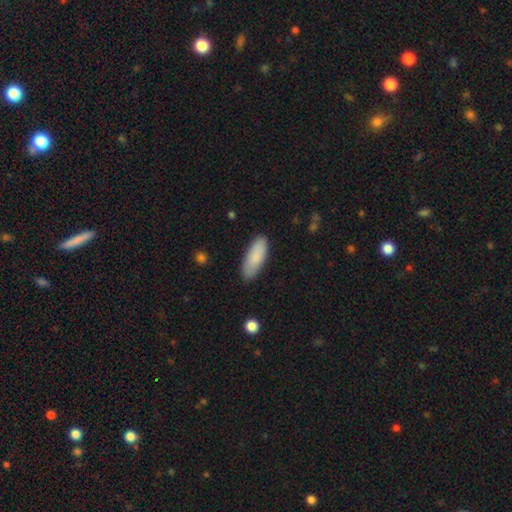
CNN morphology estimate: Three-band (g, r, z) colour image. It shows a smooth galaxy with no disk features (87%) that is in between round and cigar-shaped (72%). Merging: none (85%).